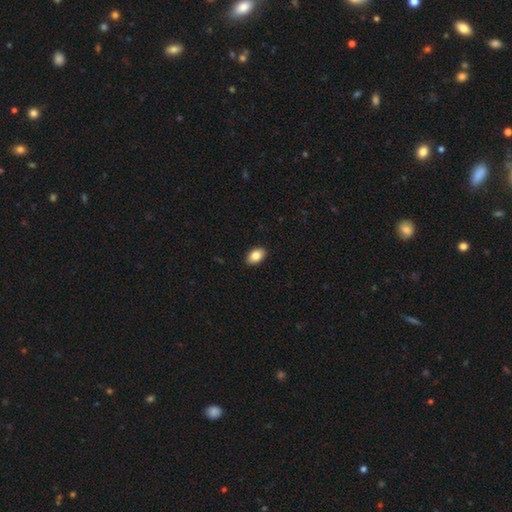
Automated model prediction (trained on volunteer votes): Smooth or featured? smooth (84%)
How rounded? in between (89%)
Merging? none (90%)